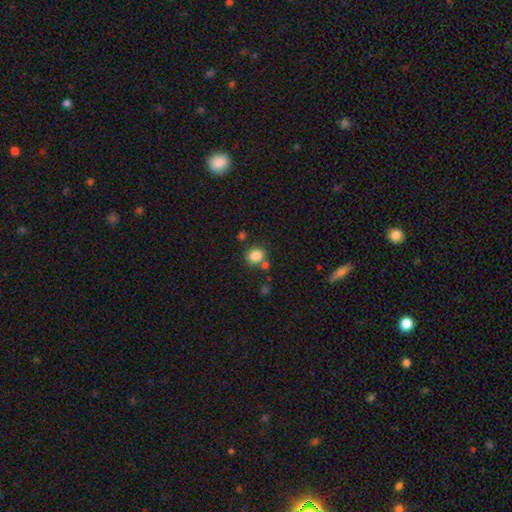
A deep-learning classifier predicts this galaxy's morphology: type=smooth (85%); roundness=round (67%); merging=none (72%).